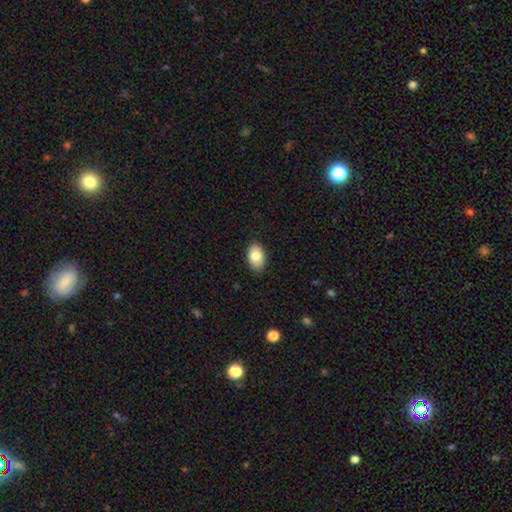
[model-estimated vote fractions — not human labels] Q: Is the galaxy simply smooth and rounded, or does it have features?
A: smooth — 81%.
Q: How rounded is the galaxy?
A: in between — 89%.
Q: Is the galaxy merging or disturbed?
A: none — 86%.